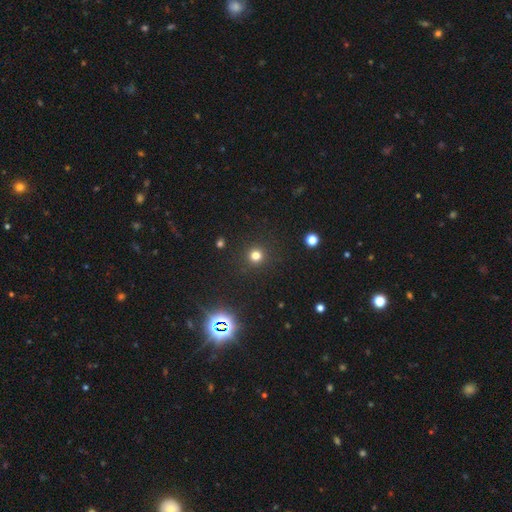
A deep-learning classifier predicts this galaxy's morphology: Smooth or featured: smooth — 76% (star or artifact — 19%)
How rounded: round — 95% (in between — 4%)
Merging: none — 91% (minor disturbance — 5%)